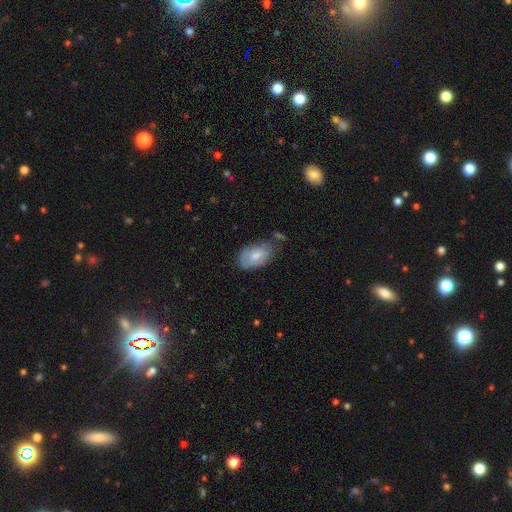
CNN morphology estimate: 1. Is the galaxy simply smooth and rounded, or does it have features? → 67% smooth, 27% featured or disk, 6% star or artifact.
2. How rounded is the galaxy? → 92% in between, 7% round, 2% cigar-shaped.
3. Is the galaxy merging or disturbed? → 55% none, 30% minor disturbance, 9% major disturbance, 6% merger.